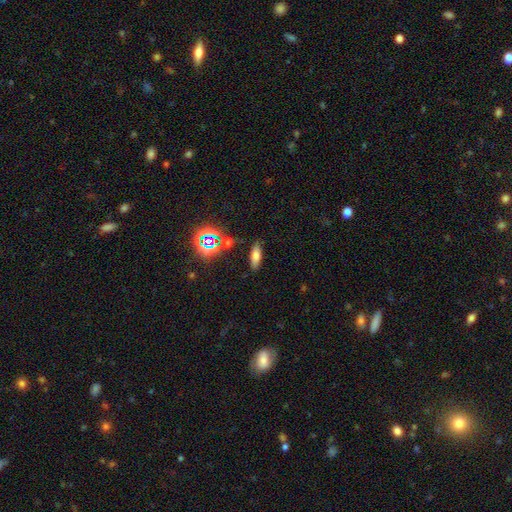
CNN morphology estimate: type=smooth (64%); roundness=in between (57%); merging=none (84%).